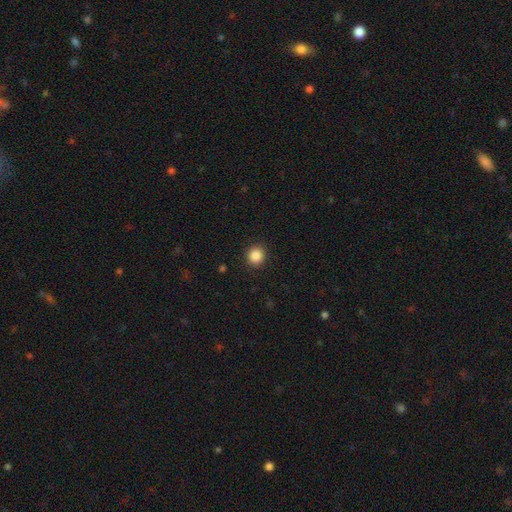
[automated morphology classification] Smooth or featured?
  - smooth: 86% *
  - star or artifact: 10%
  - featured or disk: 4%
How rounded?
  - round: 88% *
  - in between: 11%
  - cigar-shaped: 1%
Merging?
  - none: 91% *
  - minor disturbance: 6%
  - major disturbance: 2%
  - merger: 1%